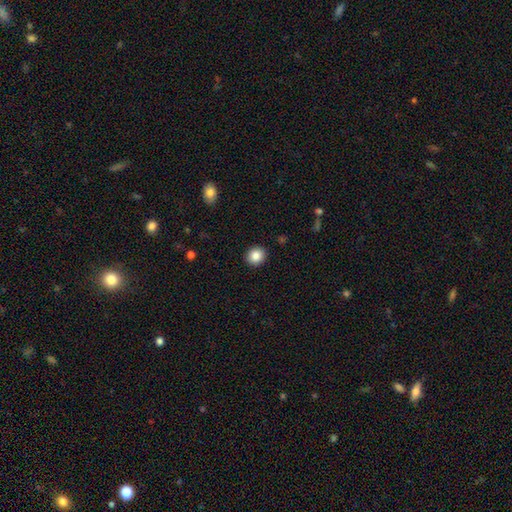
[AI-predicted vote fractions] The model was most divided on "how rounded": round: 85%, in between: 14%, cigar-shaped: 1%. More confident: merging — none (92%); smooth or featured — smooth (86%).